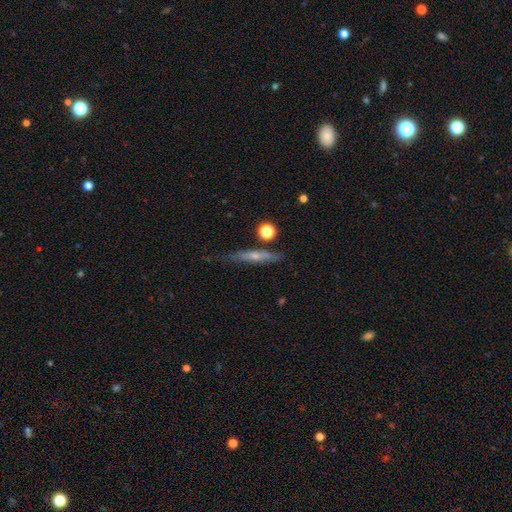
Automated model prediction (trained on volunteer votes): The model was most divided on "smooth or featured": featured or disk: 54%, smooth: 38%, star or artifact: 9%. More confident: edge-on disk — yes (87%); merging — none (76%).